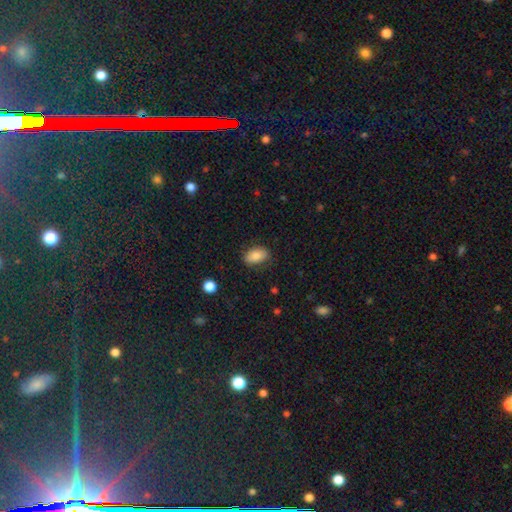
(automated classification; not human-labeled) Overall: smooth (83%). How rounded: in between (90%). Merging: none (80%).